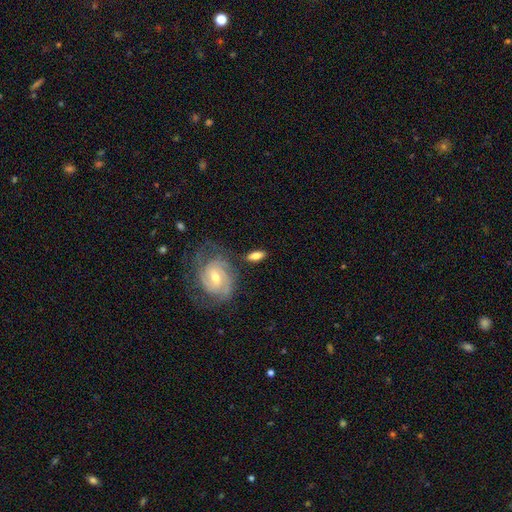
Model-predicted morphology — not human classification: This is likely a smooth galaxy (64%). How rounded: likely in between (74%). Merging: likely none (73%).